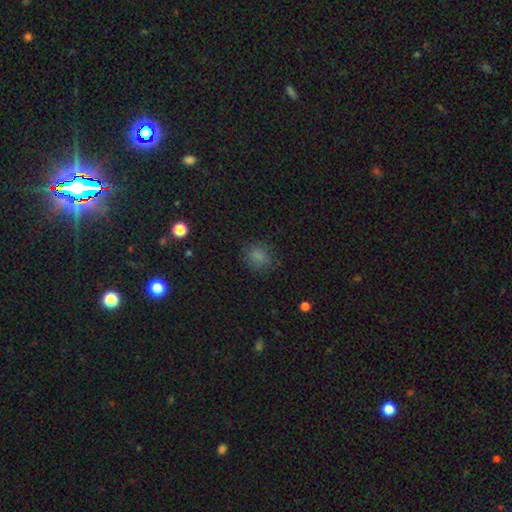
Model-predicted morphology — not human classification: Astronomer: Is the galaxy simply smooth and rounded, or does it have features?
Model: smooth — 76%.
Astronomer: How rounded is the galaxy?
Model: round — 72%.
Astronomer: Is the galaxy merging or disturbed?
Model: none — 81%.